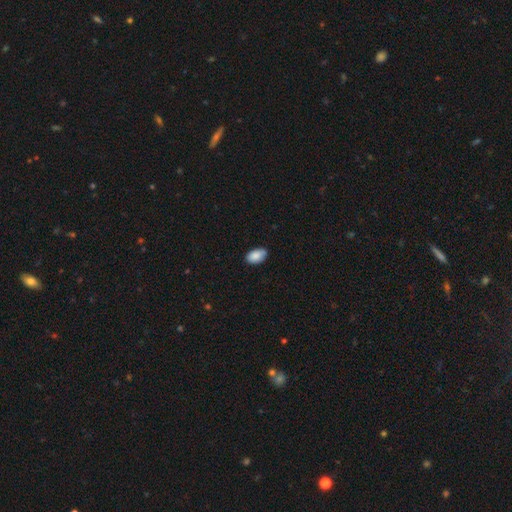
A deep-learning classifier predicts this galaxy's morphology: A smooth galaxy with no disk features (88%) that is in between round and cigar-shaped (93%).

Vote fractions:
- Smooth or featured? smooth: 88% / star or artifact: 7% / featured or disk: 5%
- How rounded? in between: 93% / round: 5% / cigar-shaped: 1%
- Merging? none: 78% / minor disturbance: 19% / major disturbance: 2% / merger: 1%